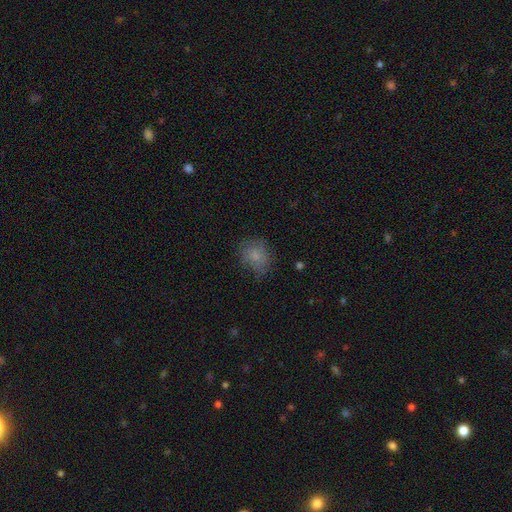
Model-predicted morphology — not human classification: A smooth galaxy with no disk features (77%) that is round (62%). Merging: none (67%).